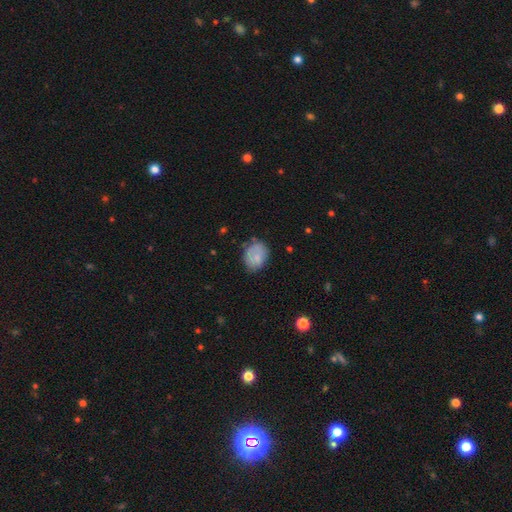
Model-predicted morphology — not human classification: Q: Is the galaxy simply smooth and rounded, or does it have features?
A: smooth — 75%.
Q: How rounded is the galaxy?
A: in between — 61%.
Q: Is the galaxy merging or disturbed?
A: none — 61%.